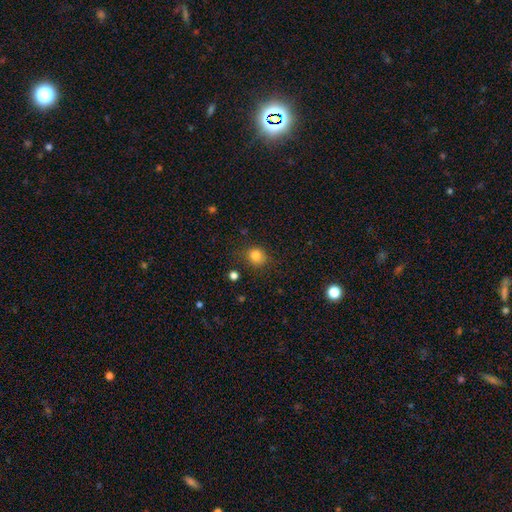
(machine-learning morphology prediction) Smooth or featured? smooth (82%)
How rounded? round (82%)
Merging? none (81%)